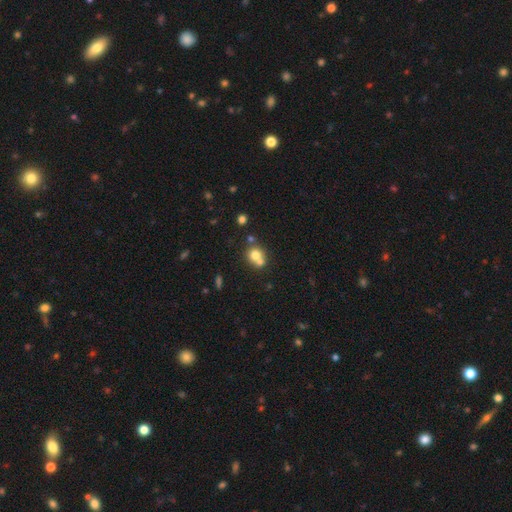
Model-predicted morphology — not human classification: smooth 73%, featured or disk 16%, star or artifact 11%. Down the decision tree: how rounded — round (78%); merging — merger (49%).